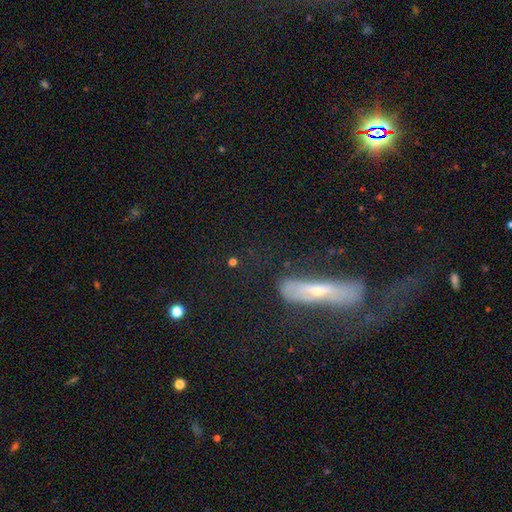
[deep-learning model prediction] Q: Smooth or featured?
A: featured or disk (56%); runner-up: smooth (28%)
Q: Edge-on disk?
A: no (52%); runner-up: yes (48%)
Q: Merging?
A: none (41%); runner-up: major disturbance (36%)